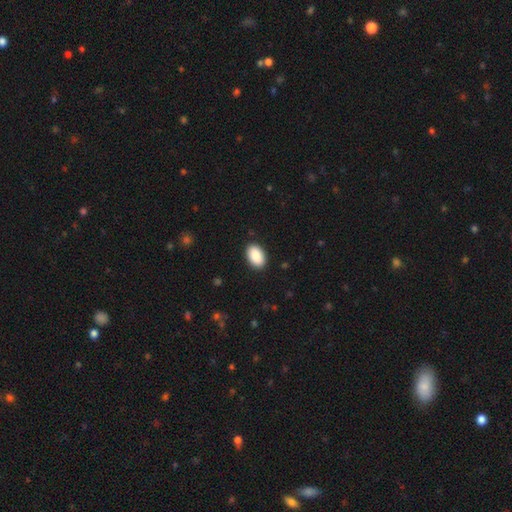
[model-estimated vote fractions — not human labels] smooth-or-featured: smooth: 90% | star or artifact: 6% | featured or disk: 4%
  how-rounded: in between: 93% | round: 6% | cigar-shaped: 1%
  merging: none: 90% | minor disturbance: 7% | major disturbance: 2% | merger: 1%